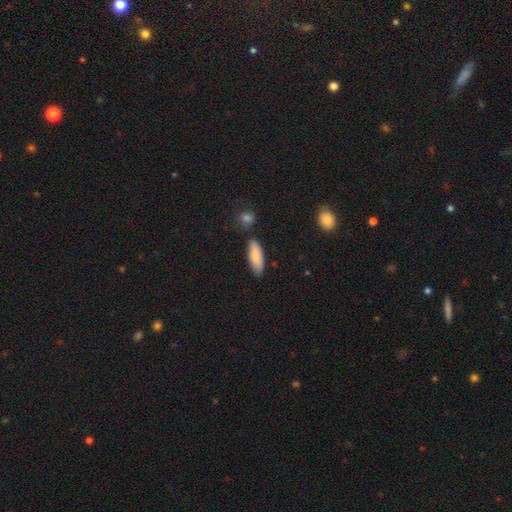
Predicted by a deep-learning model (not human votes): Q: Smooth or featured?
A: smooth (83%); runner-up: featured or disk (11%)
Q: How rounded?
A: in between (62%); runner-up: cigar-shaped (36%)
Q: Merging?
A: none (77%); runner-up: minor disturbance (15%)